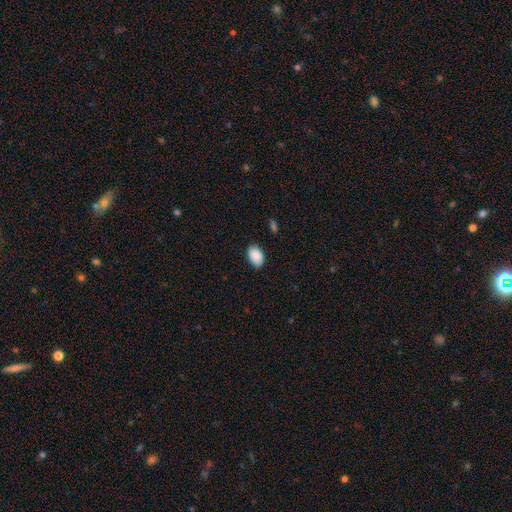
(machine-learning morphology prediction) A smooth galaxy with no disk features (90%) that is in between round and cigar-shaped (89%). Merging: none (86%).